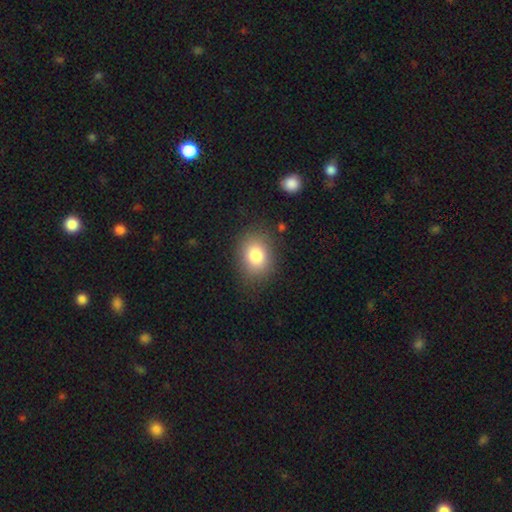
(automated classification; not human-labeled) Morphology: type=smooth (81%); roundness=in between (56%); merging=none (82%).